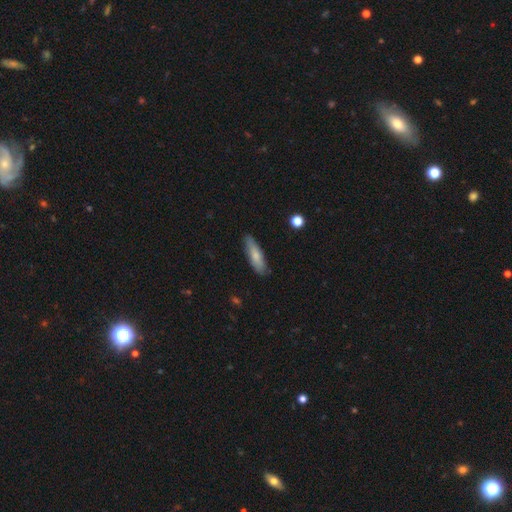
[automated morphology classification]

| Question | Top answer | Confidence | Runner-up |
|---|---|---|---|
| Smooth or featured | smooth | 73% | featured or disk (21%) |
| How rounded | cigar-shaped | 62% | in between (36%) |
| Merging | none | 83% | minor disturbance (14%) |